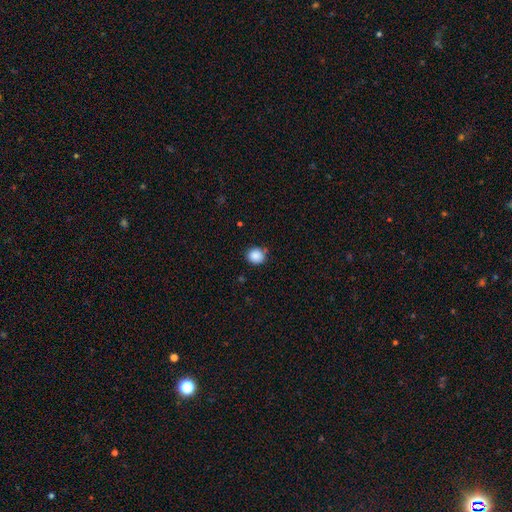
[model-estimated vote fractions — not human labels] The model was most divided on "merging": none: 80%, minor disturbance: 14%, major disturbance: 3%, merger: 3%. More confident: how rounded — round (90%); smooth or featured — smooth (87%).